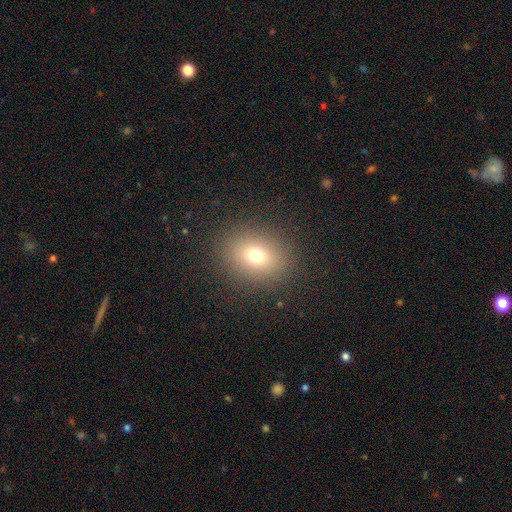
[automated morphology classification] A smooth galaxy with no disk features (74%) that is round (51%). Merging: none (88%).